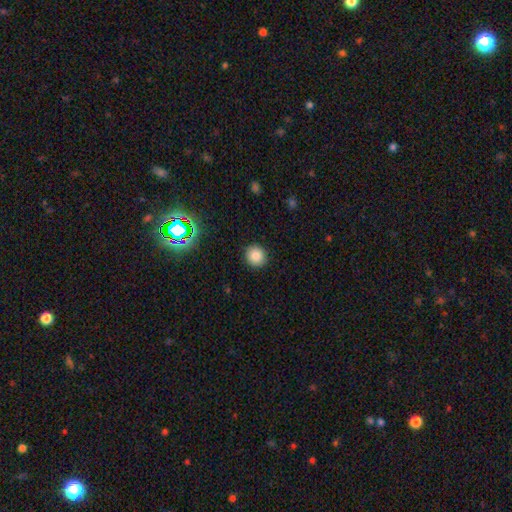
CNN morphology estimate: The model was most divided on "smooth or featured": smooth: 84%, star or artifact: 12%, featured or disk: 5%. More confident: merging — none (91%); how rounded — round (88%).